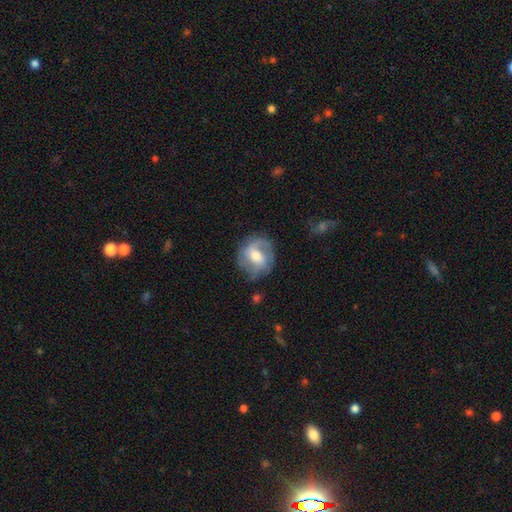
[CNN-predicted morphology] Q: Smooth or featured?
A: featured or disk (69%); runner-up: smooth (25%)
Q: Edge-on disk?
A: no (97%); runner-up: yes (3%)
Q: Bar?
A: weak (51%); runner-up: no (28%)
Q: Spiral arms?
A: yes (87%); runner-up: no (13%)
Q: Spiral winding?
A: medium (44%); runner-up: loose (31%)
Q: Spiral arm count?
A: 2 (67%); runner-up: can't tell (13%)
Q: Bulge size?
A: moderate (66%); runner-up: small (23%)
Q: Merging?
A: none (71%); runner-up: minor disturbance (19%)